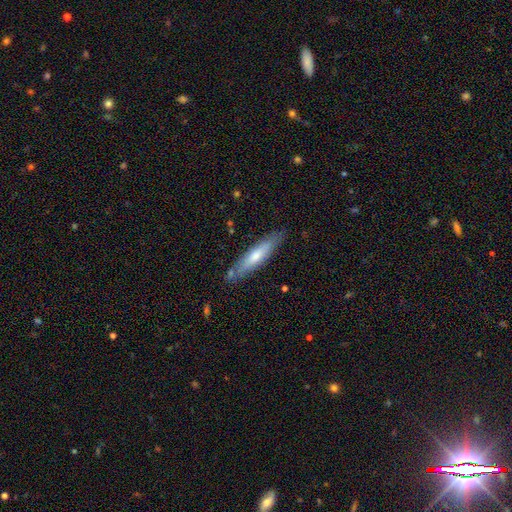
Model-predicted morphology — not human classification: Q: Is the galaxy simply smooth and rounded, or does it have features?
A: smooth — 54%.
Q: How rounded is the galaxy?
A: cigar-shaped — 84%.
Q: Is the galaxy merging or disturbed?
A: none — 82%.